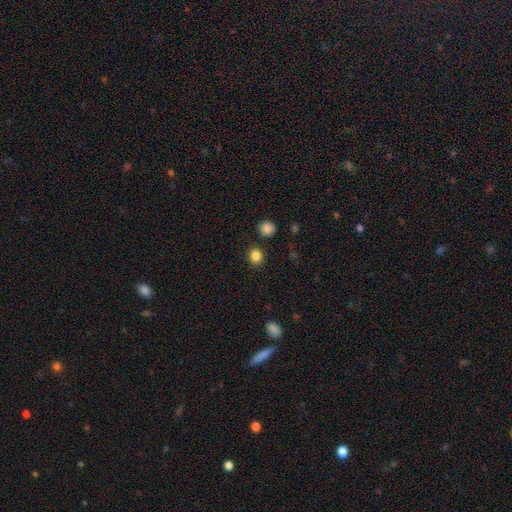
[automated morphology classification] This appears to be a smooth galaxy with no disk features (85%) that is round (79%). Merging: none (87%).